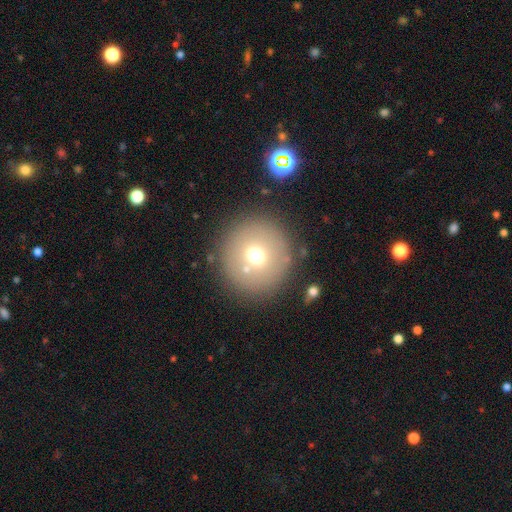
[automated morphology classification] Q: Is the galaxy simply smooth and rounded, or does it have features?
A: smooth — 66%.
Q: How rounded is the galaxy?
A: round — 95%.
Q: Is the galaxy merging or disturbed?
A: none — 85%.